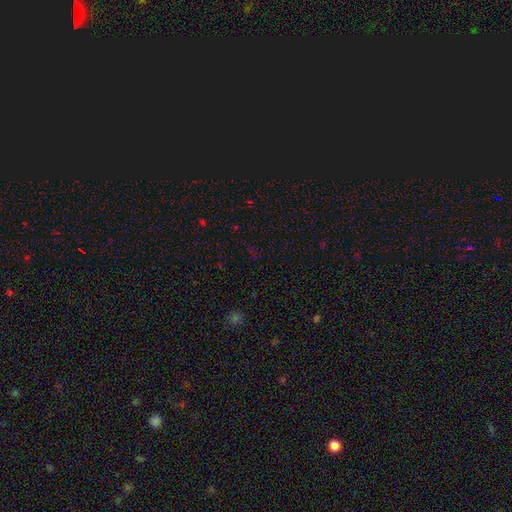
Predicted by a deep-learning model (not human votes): Smooth or featured: star or artifact — 65% (smooth — 28%)